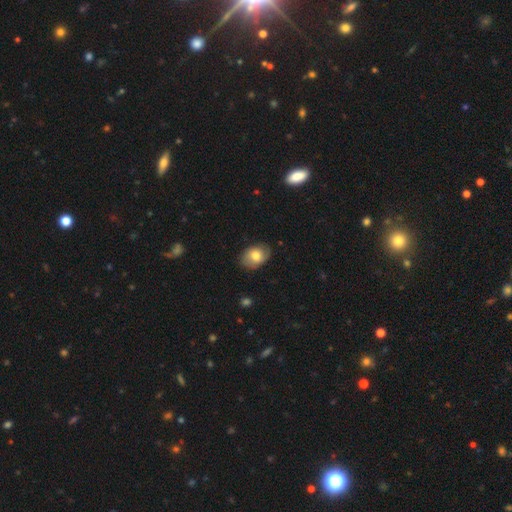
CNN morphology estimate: smooth 73%, featured or disk 20%, star or artifact 7%. Down the decision tree: how rounded — in between (78%); merging — none (79%).